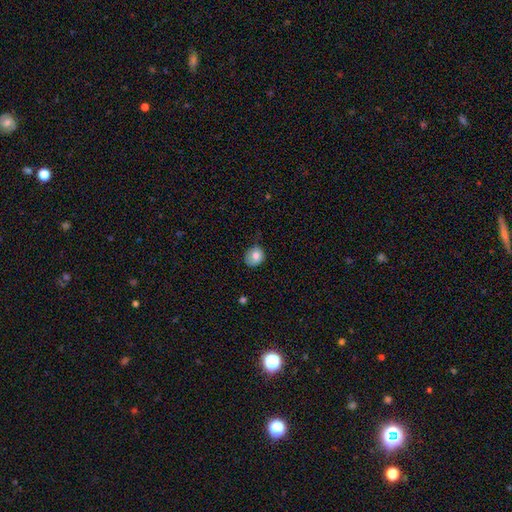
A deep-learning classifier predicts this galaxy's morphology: This is likely a smooth galaxy (76%). How rounded: likely round (71%). Merging: likely none (65%).